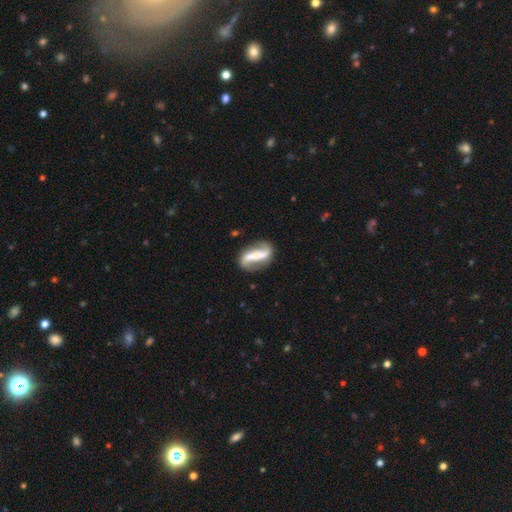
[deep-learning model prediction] Overall: featured or disk (81%). Edge-on disk: no (94%). Bar: strong (71%). Spiral arms: yes (91%). Spiral arm count: 2 (91%). Spiral winding: loose (63%; medium 25%). Bulge size: none (36%; small 25%). Merging: none (76%).